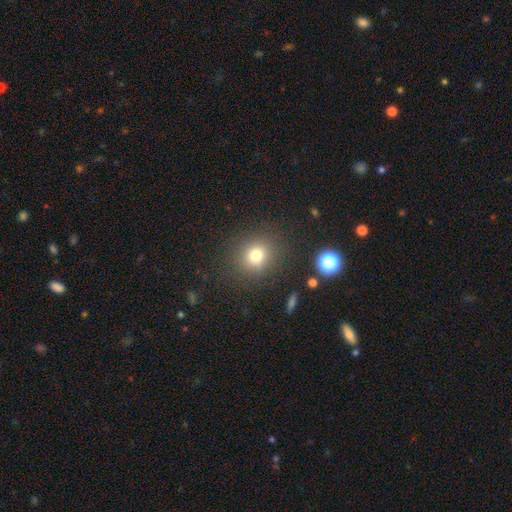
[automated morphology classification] Q: Smooth or featured?
A: smooth (76%); runner-up: star or artifact (16%)
Q: How rounded?
A: round (81%); runner-up: in between (18%)
Q: Merging?
A: none (86%); runner-up: minor disturbance (8%)